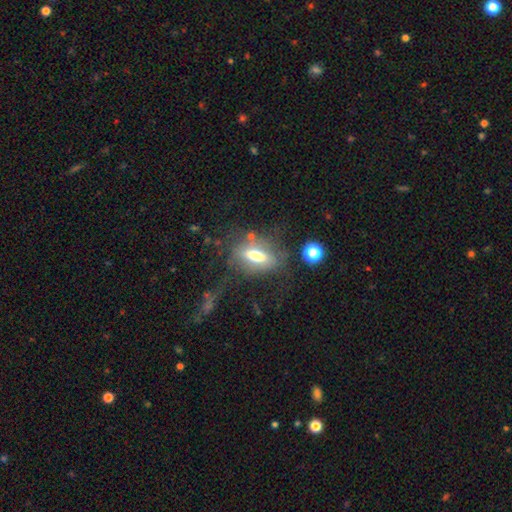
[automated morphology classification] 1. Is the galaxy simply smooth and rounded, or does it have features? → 56% smooth, 34% featured or disk, 10% star or artifact.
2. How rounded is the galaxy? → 74% in between, 20% cigar-shaped, 7% round.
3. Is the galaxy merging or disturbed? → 53% none, 20% major disturbance, 20% minor disturbance, 7% merger.